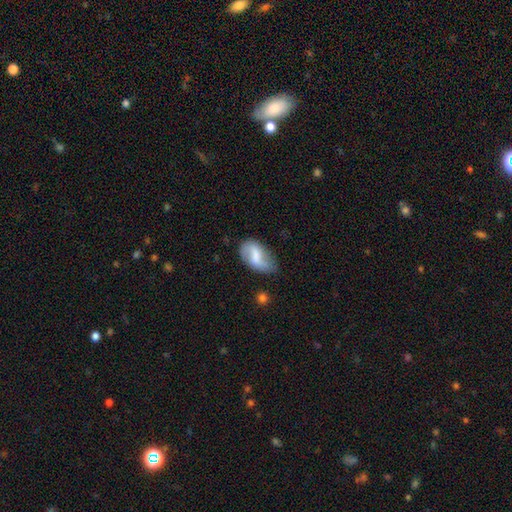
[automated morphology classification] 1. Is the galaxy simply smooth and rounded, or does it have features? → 54% smooth, 40% featured or disk, 7% star or artifact.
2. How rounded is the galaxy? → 92% in between, 6% round, 3% cigar-shaped.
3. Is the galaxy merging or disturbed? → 57% none, 30% minor disturbance, 10% major disturbance, 3% merger.